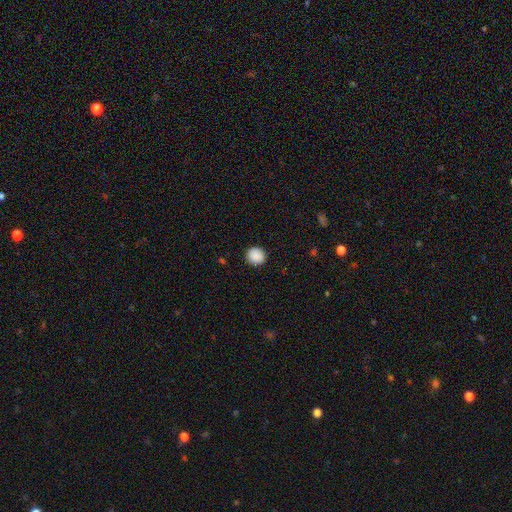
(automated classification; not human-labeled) Overall: smooth (90%). How rounded: round (90%). Merging: none (91%).